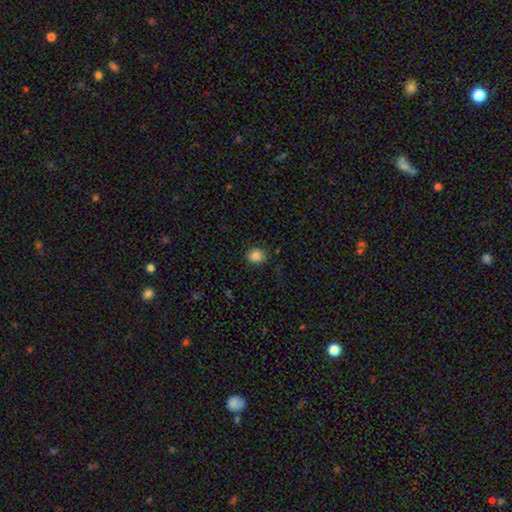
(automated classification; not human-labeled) This is clearly a smooth galaxy (86%). How rounded: likely round (65%). Merging: clearly none (87%).